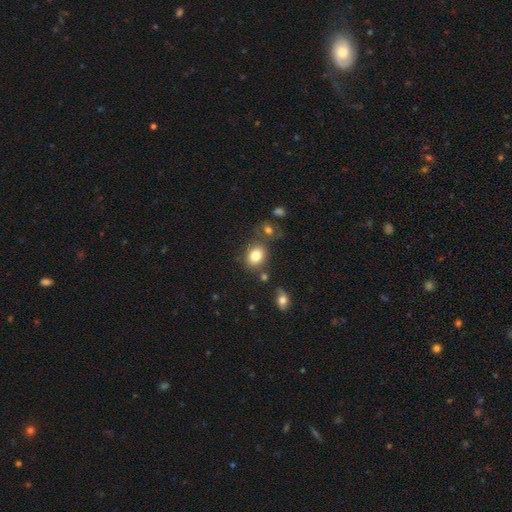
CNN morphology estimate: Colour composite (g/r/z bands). It shows a smooth galaxy with no disk features (82%) that is in between round and cigar-shaped (54%). Merging: none (72%).